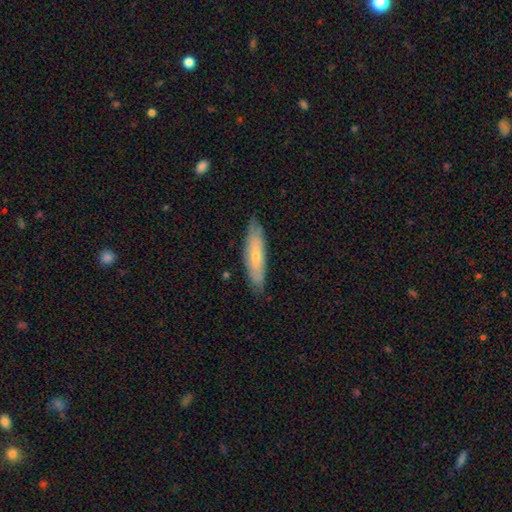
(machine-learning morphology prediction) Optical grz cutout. It shows a smooth galaxy with no disk features (55%) that is cigar-shaped (69%). Merging: none (83%).